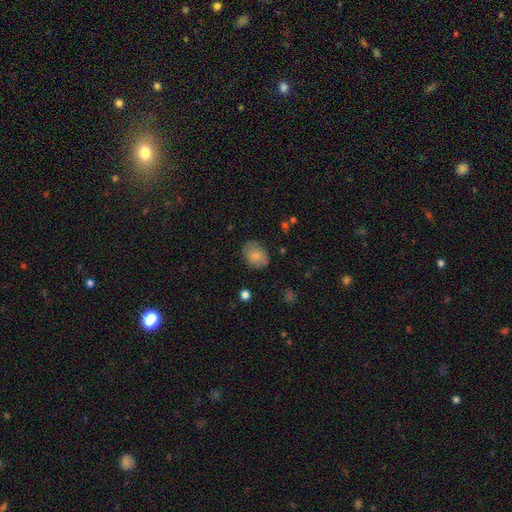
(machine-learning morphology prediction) type=smooth (80%); roundness=in between (65%); merging=none (79%).